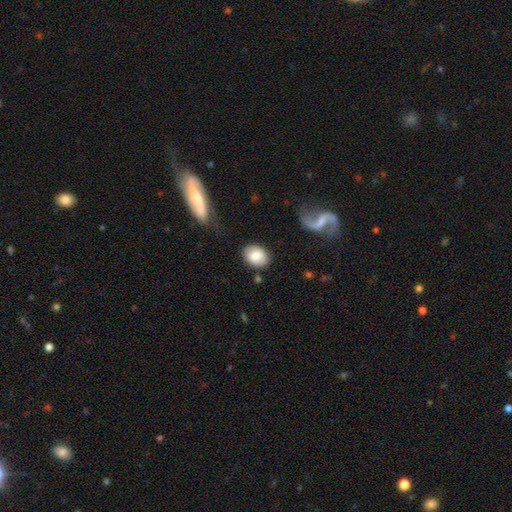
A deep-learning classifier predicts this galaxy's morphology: Overall: smooth (74%). How rounded: in between (67%; round 32%). Merging: none (82%).